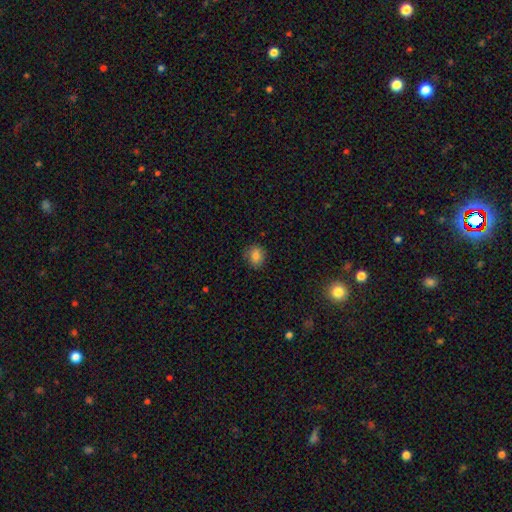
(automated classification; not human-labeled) Smooth or featured? smooth (81%)
How rounded? round (69%)
Merging? none (82%)